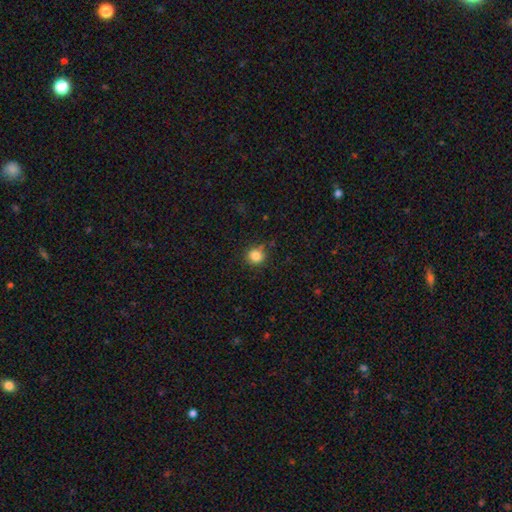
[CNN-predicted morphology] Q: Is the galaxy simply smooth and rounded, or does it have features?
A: smooth — 84%.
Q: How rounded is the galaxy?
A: round — 87%.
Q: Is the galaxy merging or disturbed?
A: none — 79%.